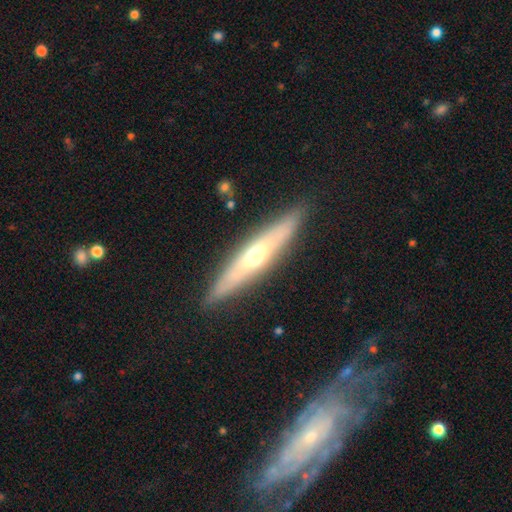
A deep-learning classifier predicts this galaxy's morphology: Q: Smooth or featured?
A: featured or disk (57%); runner-up: smooth (36%)
Q: Edge-on disk?
A: yes (83%); runner-up: no (17%)
Q: Merging?
A: none (87%); runner-up: minor disturbance (9%)